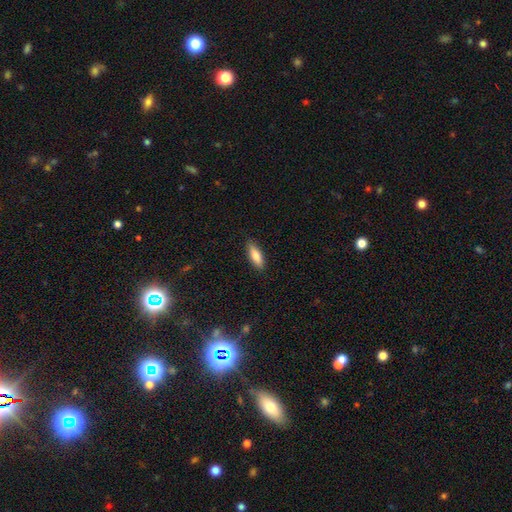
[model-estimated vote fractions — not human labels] Morphology: type=smooth (81%); roundness=in between (52%); merging=none (88%).